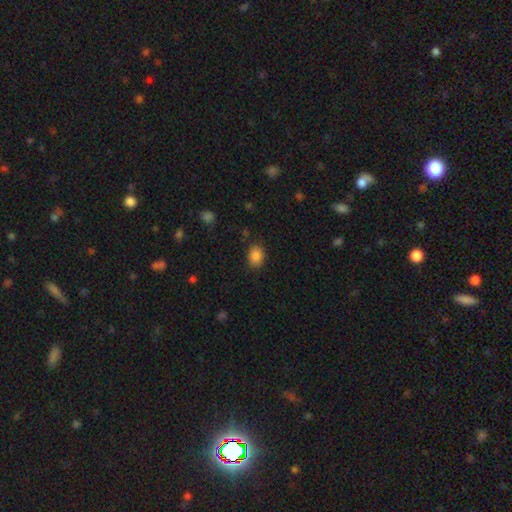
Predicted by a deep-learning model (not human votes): smooth_or_featured: smooth (p=0.87) [alt: star or artifact p=0.09]
how_rounded: in between (p=0.68) [alt: round p=0.31]
merging: none (p=0.84) [alt: minor disturbance p=0.12]